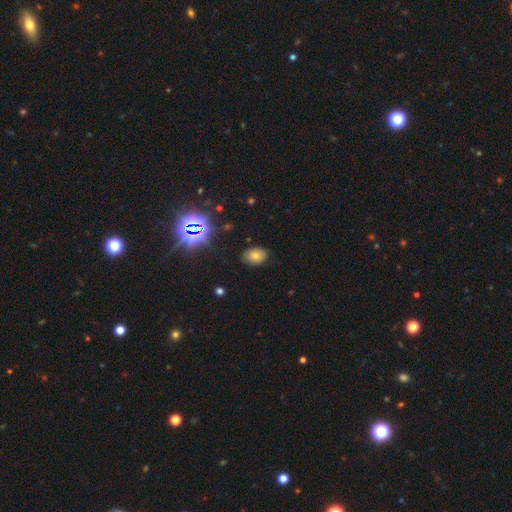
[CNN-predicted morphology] smooth_or_featured: smooth (p=0.64) [alt: star or artifact p=0.22]
how_rounded: in between (p=0.73) [alt: round p=0.26]
merging: none (p=0.80) [alt: minor disturbance p=0.15]